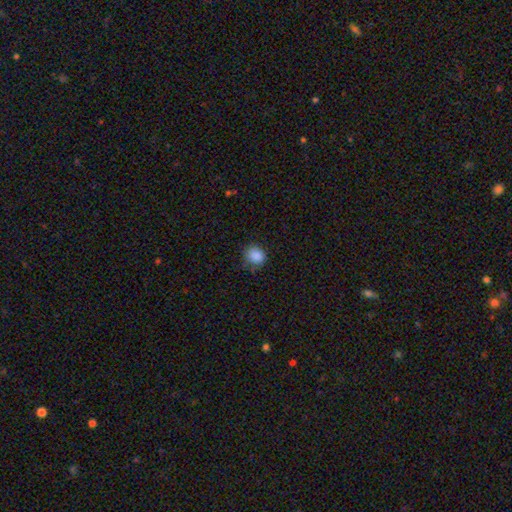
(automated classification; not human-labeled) Smooth or featured?
  - smooth: 87% *
  - star or artifact: 9%
  - featured or disk: 3%
How rounded?
  - round: 71% *
  - in between: 29%
  - cigar-shaped: 1%
Merging?
  - none: 77% *
  - minor disturbance: 18%
  - major disturbance: 4%
  - merger: 1%